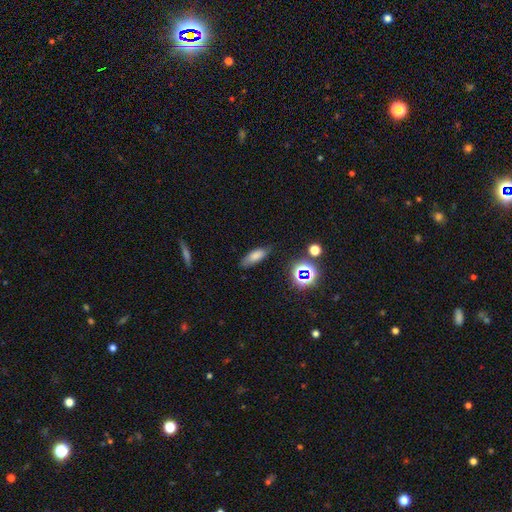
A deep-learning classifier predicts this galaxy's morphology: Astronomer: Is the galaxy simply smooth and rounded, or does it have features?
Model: smooth — 73%.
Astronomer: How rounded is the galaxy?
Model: in between — 70%.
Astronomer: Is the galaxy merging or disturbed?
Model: none — 75%.